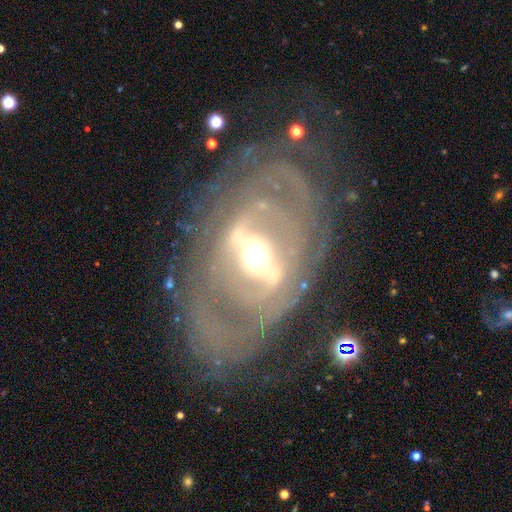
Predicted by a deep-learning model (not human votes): featured or disk 84%, smooth 9%, star or artifact 6%. Down the decision tree: edge-on disk — no (91%); bar — strong (63%); spiral arms — yes (66%); spiral arm count — can't tell (44%); spiral winding — tight (59%); bulge size — moderate (65%); merging — none (68%).